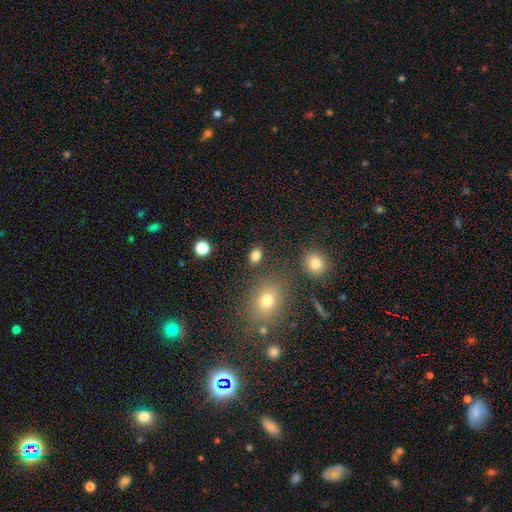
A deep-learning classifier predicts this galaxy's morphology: This appears to be a smooth galaxy with no disk features (83%) that is in between round and cigar-shaped (70%). Merging: none (83%).